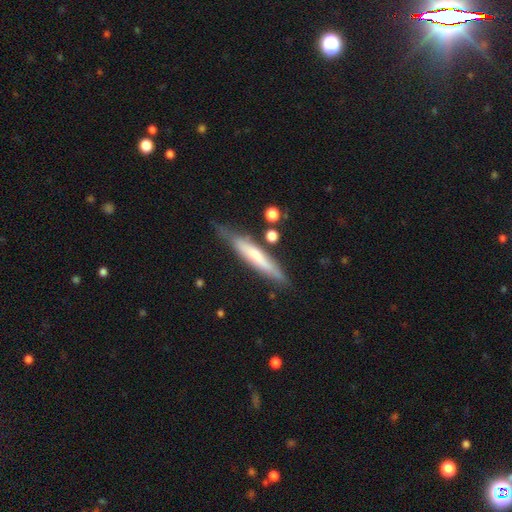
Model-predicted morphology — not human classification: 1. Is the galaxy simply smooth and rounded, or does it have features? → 52% smooth, 42% featured or disk, 6% star or artifact.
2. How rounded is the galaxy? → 89% cigar-shaped, 9% in between, 1% round.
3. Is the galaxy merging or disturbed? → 70% none, 21% minor disturbance, 5% major disturbance, 5% merger.